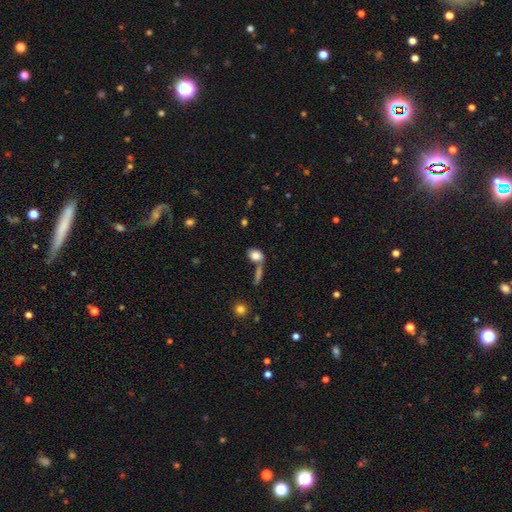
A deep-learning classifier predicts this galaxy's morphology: This is clearly a smooth galaxy (82%). How rounded: likely in between (75%). Merging: possibly none (51%).